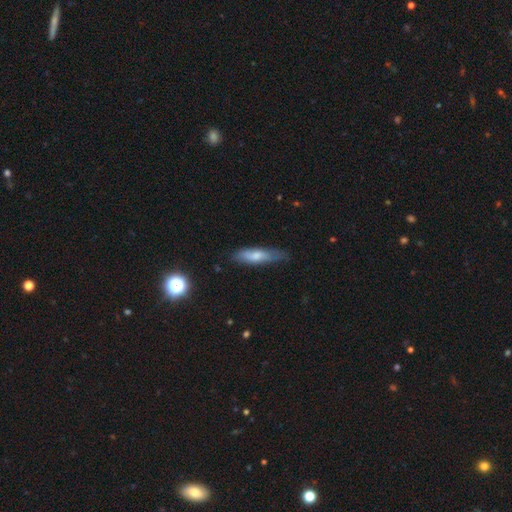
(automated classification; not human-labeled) Smooth or featured?
  - smooth: 66% *
  - featured or disk: 28%
  - star or artifact: 6%
How rounded?
  - cigar-shaped: 65% *
  - in between: 33%
  - round: 2%
Merging?
  - none: 68% *
  - minor disturbance: 24%
  - major disturbance: 5%
  - merger: 2%